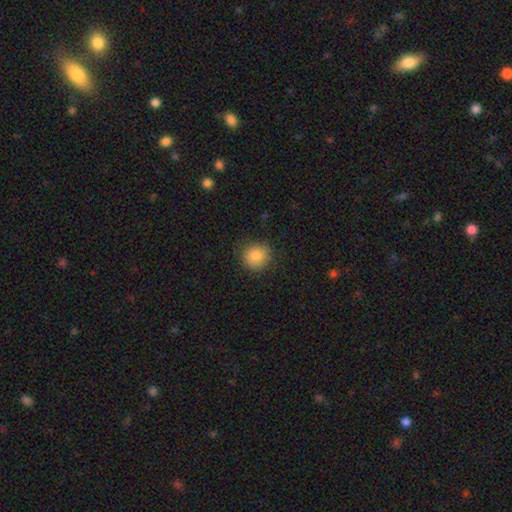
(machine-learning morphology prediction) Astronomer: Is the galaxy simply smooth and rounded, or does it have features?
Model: smooth — 85%.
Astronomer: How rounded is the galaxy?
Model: round — 90%.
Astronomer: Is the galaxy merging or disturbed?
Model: none — 86%.